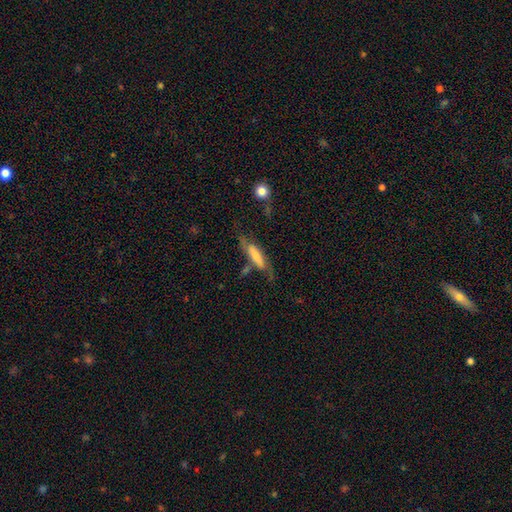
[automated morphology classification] A smooth galaxy with no disk features (51%) that is cigar-shaped (63%). Merging: none (49%).